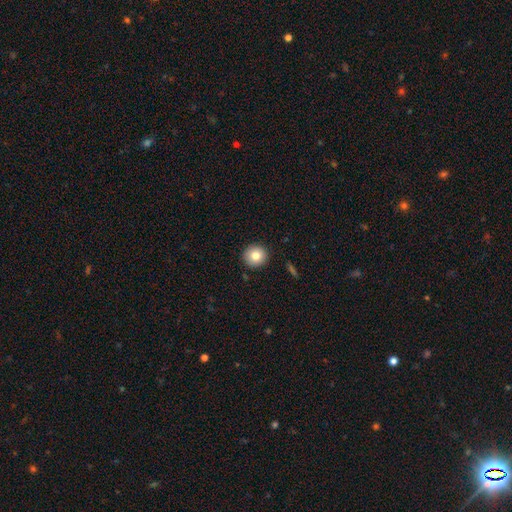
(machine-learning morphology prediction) Q: Smooth or featured?
A: smooth (81%); runner-up: featured or disk (10%)
Q: How rounded?
A: round (92%); runner-up: in between (7%)
Q: Merging?
A: none (92%); runner-up: minor disturbance (6%)